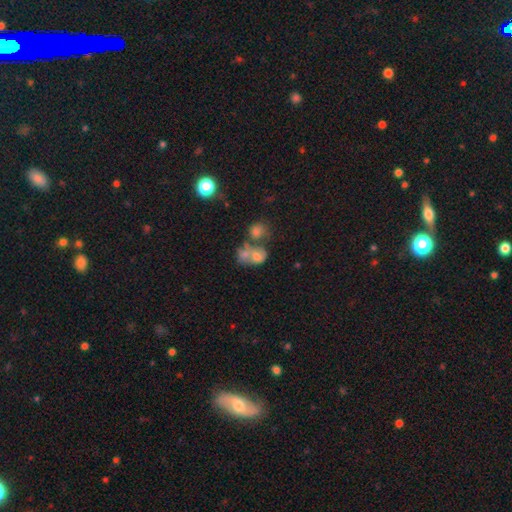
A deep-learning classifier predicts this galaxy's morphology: Smooth or featured? smooth (55%)
How rounded? in between (50%)
Merging? merger (55%)